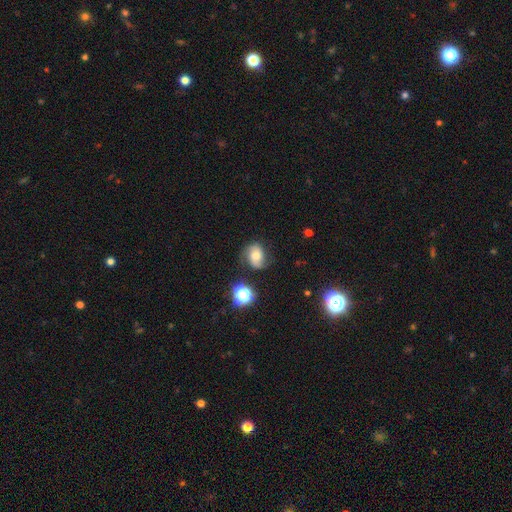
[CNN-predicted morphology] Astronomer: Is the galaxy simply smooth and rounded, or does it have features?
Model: featured or disk — 51% (runner-up: smooth, 36%).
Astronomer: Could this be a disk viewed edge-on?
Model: no — 97%.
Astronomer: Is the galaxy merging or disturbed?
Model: none — 64%.